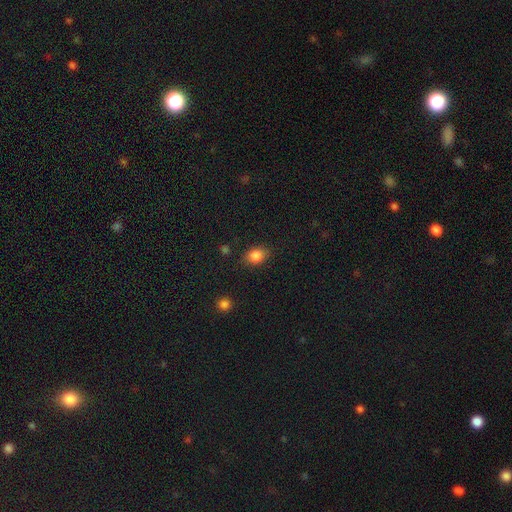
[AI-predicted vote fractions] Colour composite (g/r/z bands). It shows a smooth galaxy with no disk features (85%) that is in between round and cigar-shaped (68%). Merging: none (81%).